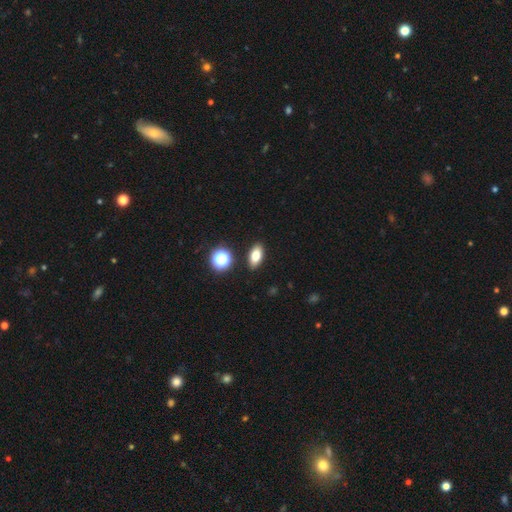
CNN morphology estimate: smooth 76%, featured or disk 12%, star or artifact 12%. Down the decision tree: how rounded — in between (82%); merging — none (88%).